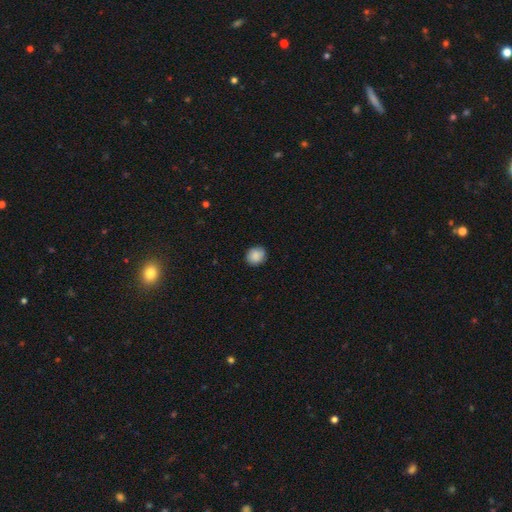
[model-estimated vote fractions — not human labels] Overall: smooth (86%). How rounded: round (82%). Merging: none (85%).